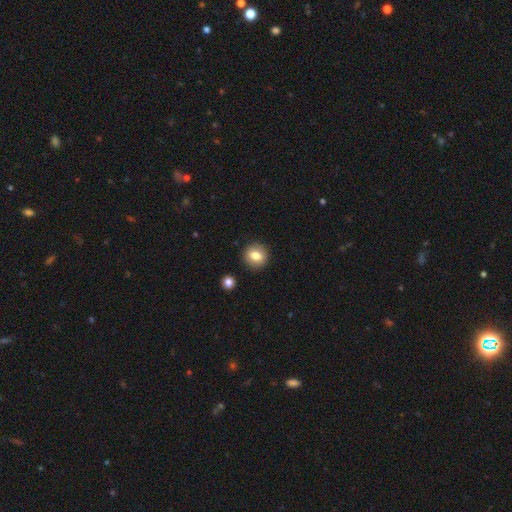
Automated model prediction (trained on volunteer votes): A smooth galaxy with no disk features (80%) that is round (84%).

Vote fractions:
- Smooth or featured? smooth: 80% / featured or disk: 10% / star or artifact: 9%
- How rounded? round: 84% / in between: 15% / cigar-shaped: 1%
- Merging? none: 90% / minor disturbance: 6% / major disturbance: 2% / merger: 2%